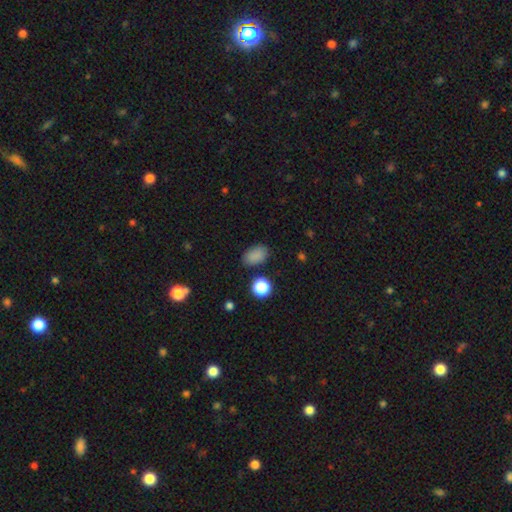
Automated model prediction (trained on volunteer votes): Smooth or featured?
  - smooth: 84% *
  - star or artifact: 12%
  - featured or disk: 4%
How rounded?
  - in between: 85% *
  - round: 14%
  - cigar-shaped: 1%
Merging?
  - none: 82% *
  - minor disturbance: 12%
  - major disturbance: 3%
  - merger: 3%